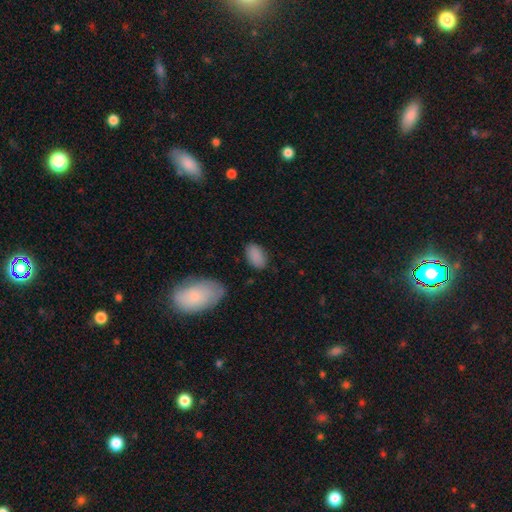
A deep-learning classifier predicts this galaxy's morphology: Q: Smooth or featured?
A: smooth (88%); runner-up: star or artifact (7%)
Q: How rounded?
A: in between (94%); runner-up: round (5%)
Q: Merging?
A: none (82%); runner-up: minor disturbance (13%)